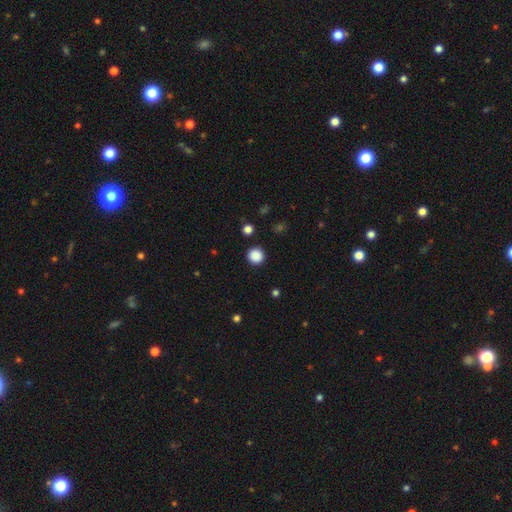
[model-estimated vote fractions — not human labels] Smooth or featured? Predicted: smooth (p=0.88). How rounded? Predicted: round (p=0.95). Merging? Predicted: none (p=0.92).